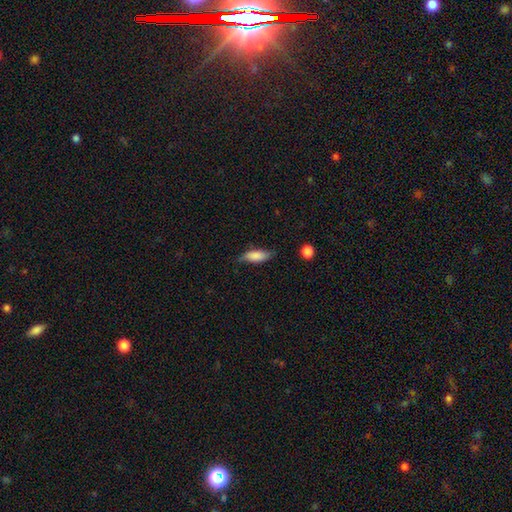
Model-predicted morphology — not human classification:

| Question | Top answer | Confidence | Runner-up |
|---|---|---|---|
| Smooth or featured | smooth | 77% | featured or disk (17%) |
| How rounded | in between | 72% | cigar-shaped (25%) |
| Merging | none | 65% | minor disturbance (27%) |